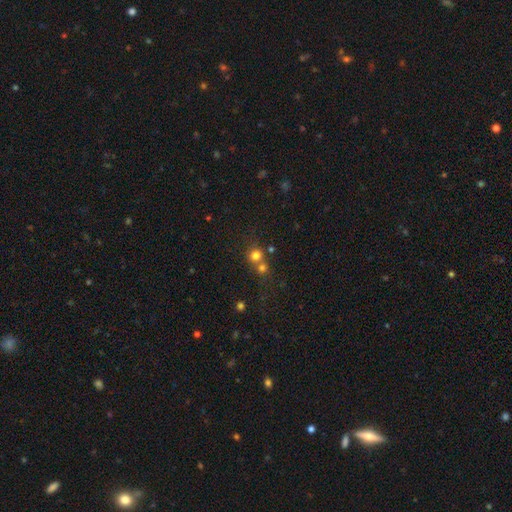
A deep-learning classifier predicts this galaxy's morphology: Q: Smooth or featured?
A: smooth (75%); runner-up: star or artifact (16%)
Q: How rounded?
A: round (89%); runner-up: in between (10%)
Q: Merging?
A: none (52%); runner-up: merger (40%)